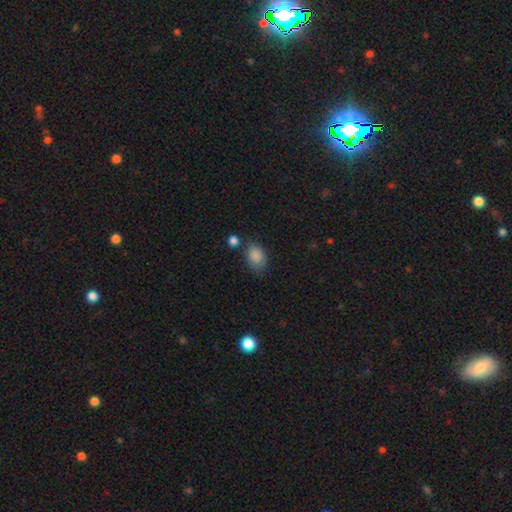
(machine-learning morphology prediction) Smooth or featured: smooth — 87% (star or artifact — 8%)
How rounded: in between — 80% (round — 19%)
Merging: none — 67% (minor disturbance — 20%)